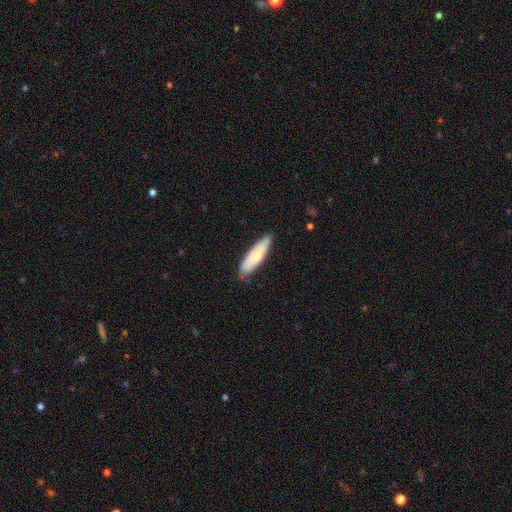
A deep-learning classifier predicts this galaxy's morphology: A smooth galaxy with no disk features (70%) that is cigar-shaped (63%). Merging: none (81%).